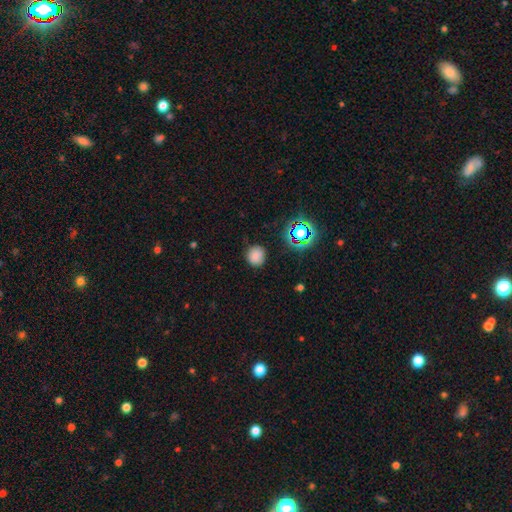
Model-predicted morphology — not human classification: This is likely a smooth galaxy (78%). How rounded: clearly round (86%). Merging: clearly none (84%).